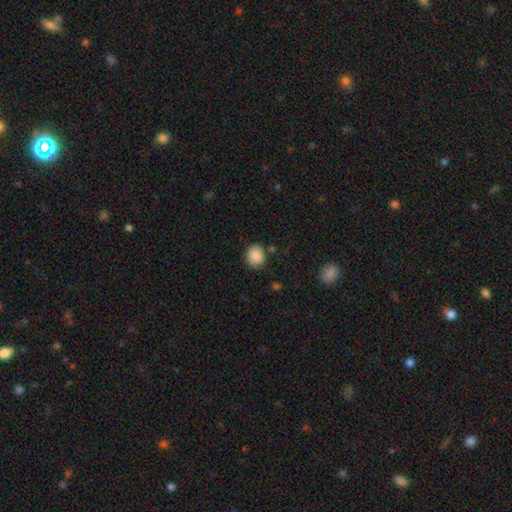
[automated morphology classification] smooth-or-featured: smooth: 86% | star or artifact: 8% | featured or disk: 5%
  how-rounded: round: 65% | in between: 34% | cigar-shaped: 1%
  merging: none: 78% | minor disturbance: 15% | major disturbance: 4% | merger: 3%